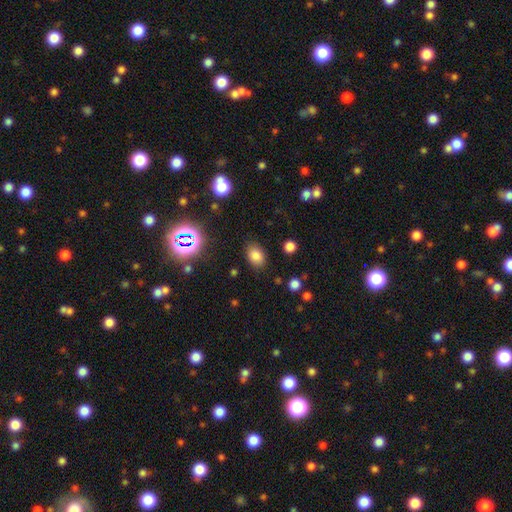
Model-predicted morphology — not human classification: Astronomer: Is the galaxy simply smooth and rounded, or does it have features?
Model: smooth — 79%.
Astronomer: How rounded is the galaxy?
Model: in between — 77%.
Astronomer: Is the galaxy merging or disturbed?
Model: none — 82%.